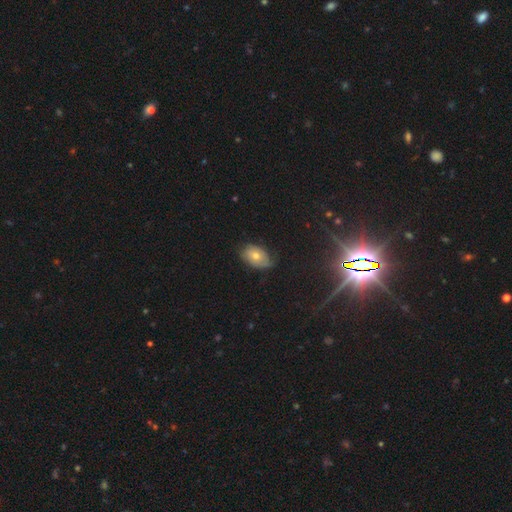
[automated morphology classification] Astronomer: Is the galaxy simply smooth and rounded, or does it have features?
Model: smooth — 59%.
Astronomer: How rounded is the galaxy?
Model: in between — 83%.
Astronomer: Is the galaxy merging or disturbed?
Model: none — 67%.